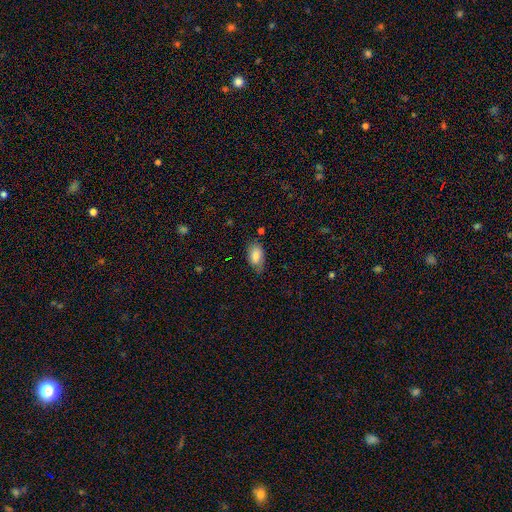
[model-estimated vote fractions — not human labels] Smooth or featured? smooth (80%)
How rounded? in between (92%)
Merging? none (67%)